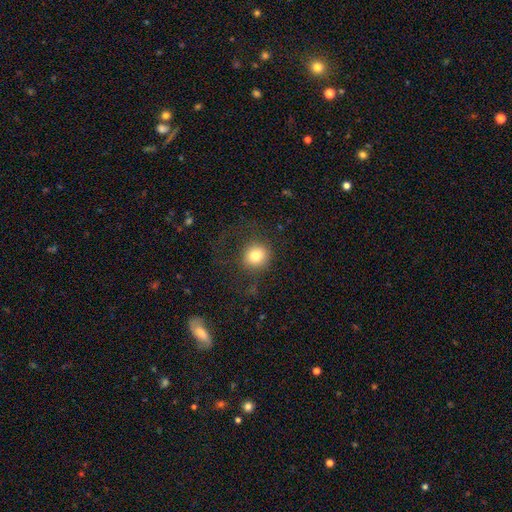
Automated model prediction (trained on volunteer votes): Overall: smooth (79%). How rounded: round (90%). Merging: none (75%).